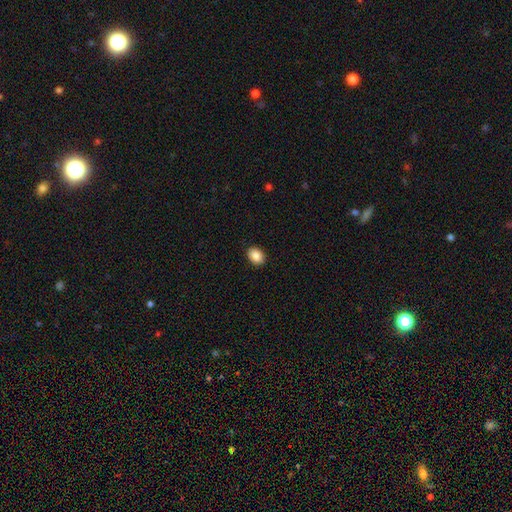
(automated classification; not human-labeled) smooth_or_featured: smooth (p=0.88) [alt: star or artifact p=0.08]
how_rounded: in between (p=0.69) [alt: round p=0.30]
merging: none (p=0.91) [alt: minor disturbance p=0.06]